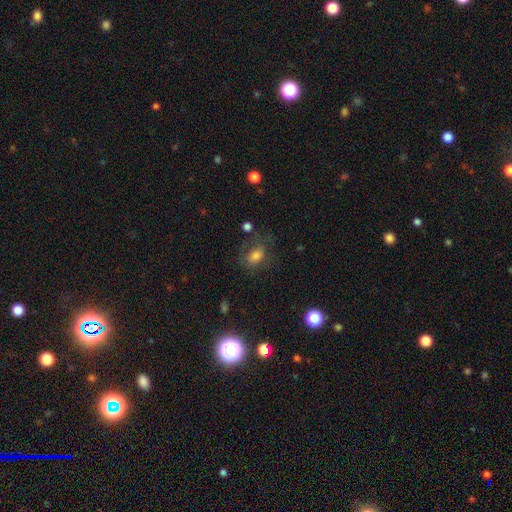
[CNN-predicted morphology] Smooth or featured?
  - smooth: 59% *
  - featured or disk: 24%
  - star or artifact: 17%
How rounded?
  - in between: 64% *
  - round: 35%
  - cigar-shaped: 2%
Merging?
  - none: 59% *
  - minor disturbance: 21%
  - major disturbance: 18%
  - merger: 3%